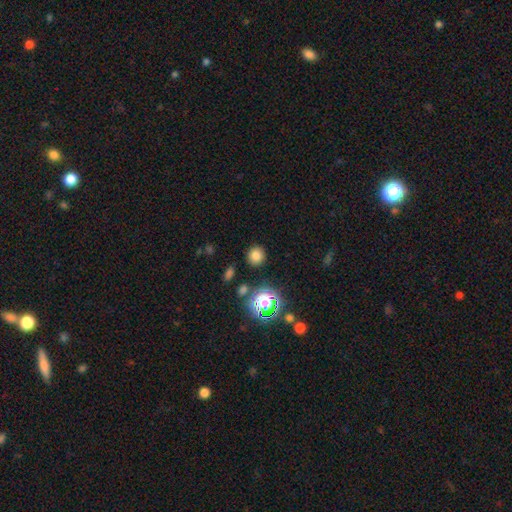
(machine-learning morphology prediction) type=smooth (74%); roundness=round (90%); merging=none (87%).